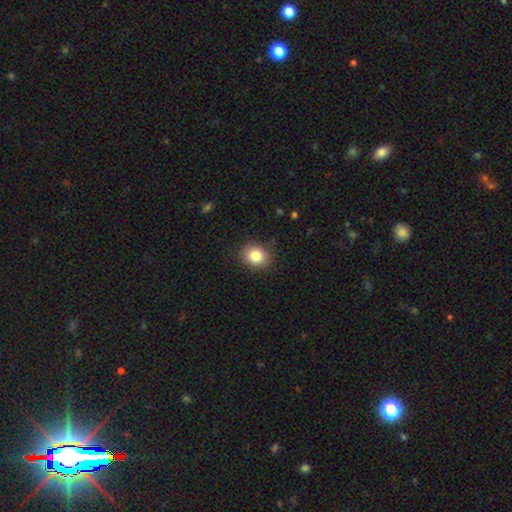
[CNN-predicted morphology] type=smooth (84%); roundness=round (65%); merging=none (86%).